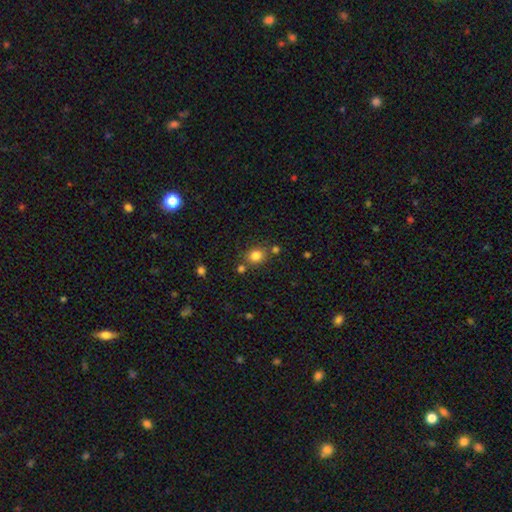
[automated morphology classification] Smooth or featured?
  - smooth: 81% *
  - star or artifact: 12%
  - featured or disk: 7%
How rounded?
  - round: 70% *
  - in between: 29%
  - cigar-shaped: 1%
Merging?
  - none: 72% *
  - minor disturbance: 12%
  - merger: 12%
  - major disturbance: 4%